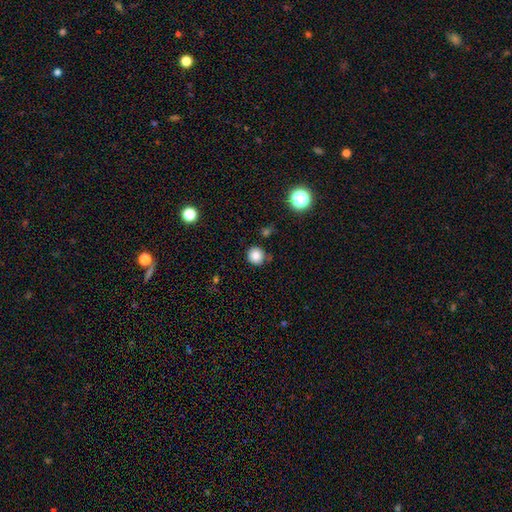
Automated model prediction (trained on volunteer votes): Q: Smooth or featured?
A: smooth (84%); runner-up: star or artifact (12%)
Q: How rounded?
A: round (92%); runner-up: in between (7%)
Q: Merging?
A: none (84%); runner-up: minor disturbance (10%)